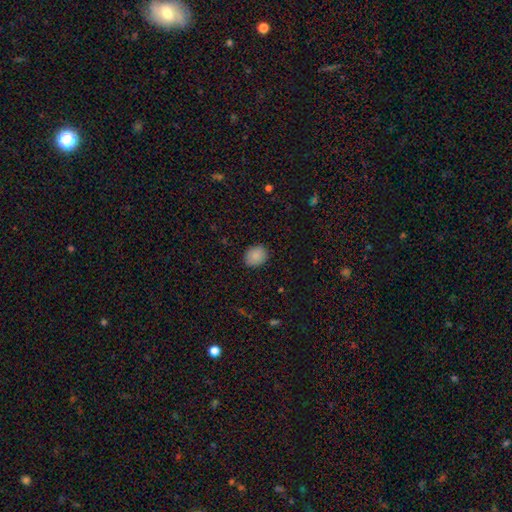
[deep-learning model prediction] Q: Smooth or featured?
A: smooth (87%); runner-up: star or artifact (9%)
Q: How rounded?
A: round (64%); runner-up: in between (35%)
Q: Merging?
A: none (88%); runner-up: minor disturbance (9%)